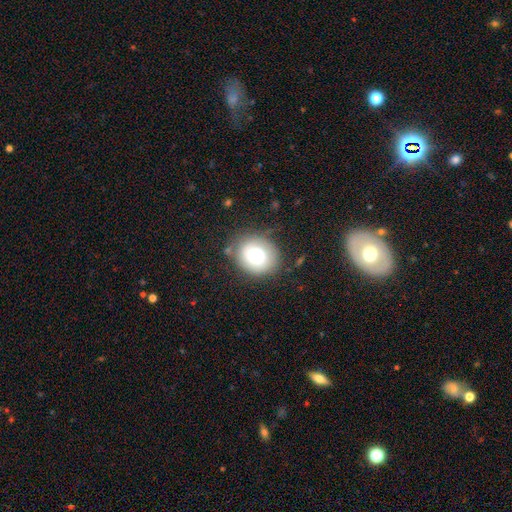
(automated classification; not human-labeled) This appears to be a smooth galaxy with no disk features (73%) that is round (75%). Merging: none (78%).